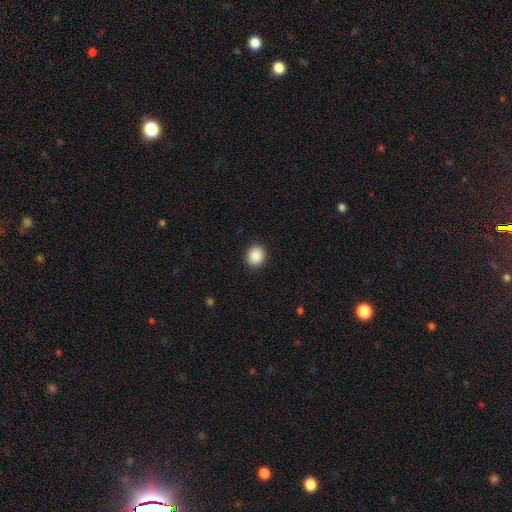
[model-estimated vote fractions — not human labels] smooth 90%, star or artifact 8%, featured or disk 3%. Down the decision tree: how rounded — round (64%); merging — none (91%).